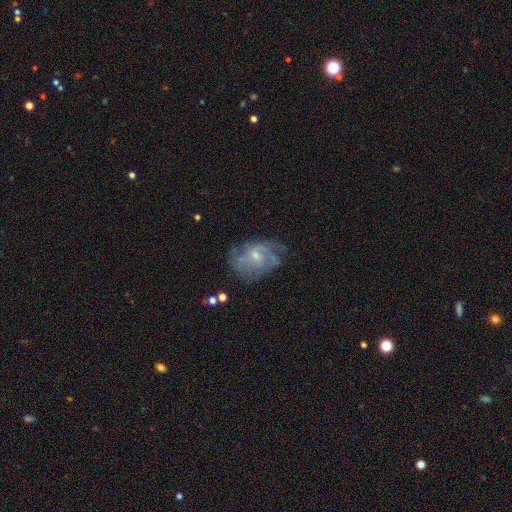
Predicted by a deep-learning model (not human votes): This is likely a featured or disk galaxy (70%). It is clearly not viewed edge-on (96%). Bar: likely no (65%). Spiral arm pattern: clearly yes (80%). Spiral arm count: marginally can't tell (44%). Spiral winding: marginally tight (44%). Central bulge: likely small (61%). Merging: likely none (60%).